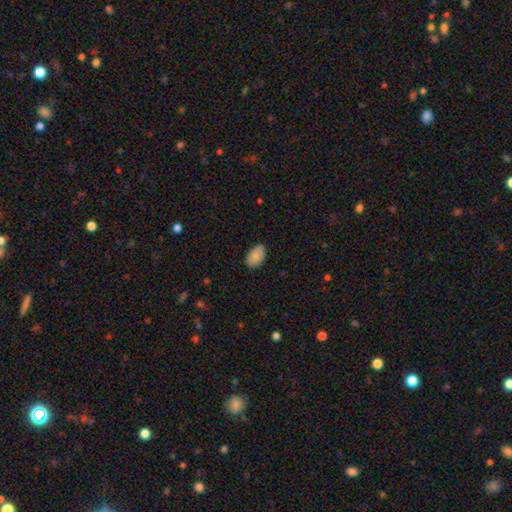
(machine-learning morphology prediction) smooth-or-featured: smooth: 87% | star or artifact: 7% | featured or disk: 6%
  how-rounded: in between: 92% | round: 7% | cigar-shaped: 1%
  merging: none: 82% | minor disturbance: 14% | major disturbance: 3% | merger: 1%